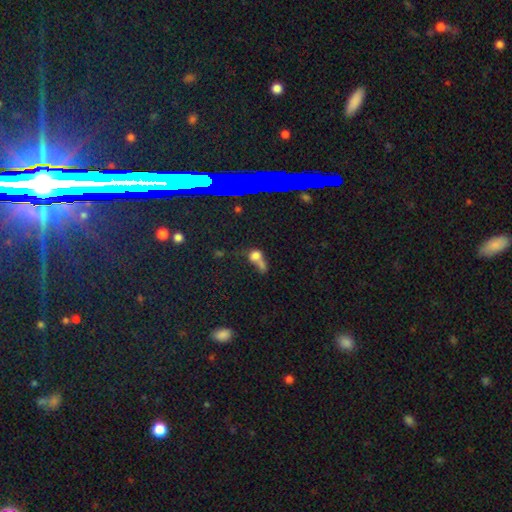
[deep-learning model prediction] smooth-or-featured: smooth: 57% | star or artifact: 24% | featured or disk: 19%
  how-rounded: round: 49% | in between: 43% | cigar-shaped: 8%
  merging: merger: 41% | none: 26% | major disturbance: 18% | minor disturbance: 15%